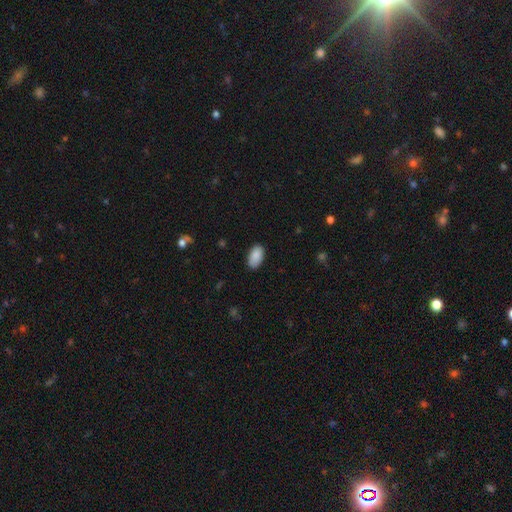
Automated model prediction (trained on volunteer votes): Overall: smooth (90%). How rounded: in between (95%). Merging: none (85%).